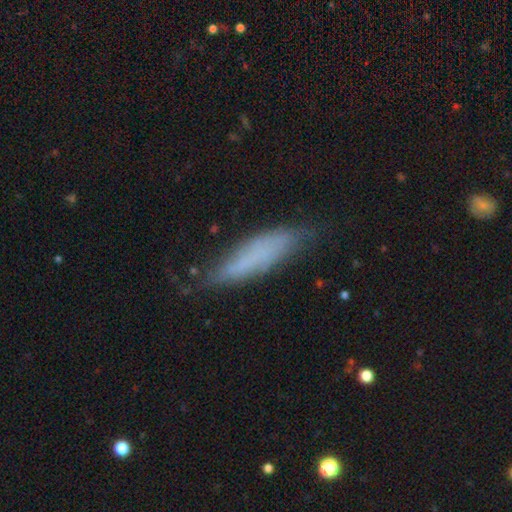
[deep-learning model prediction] The model was most divided on "merging": none: 63%, minor disturbance: 27%, major disturbance: 8%, merger: 2%. More confident: how rounded — cigar-shaped (72%); smooth or featured — smooth (66%).